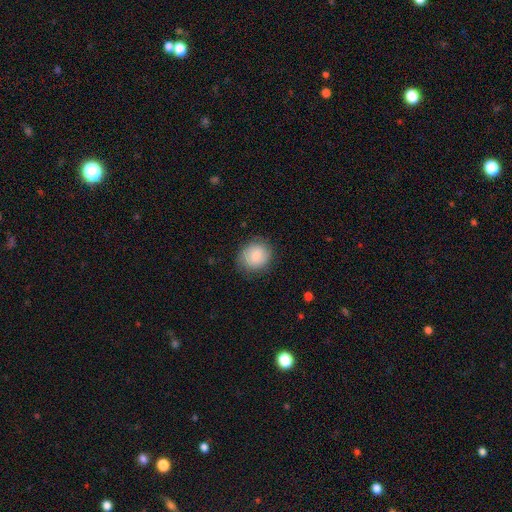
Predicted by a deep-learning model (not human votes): This is clearly a smooth galaxy (83%). How rounded: likely round (73%). Merging: likely none (79%).